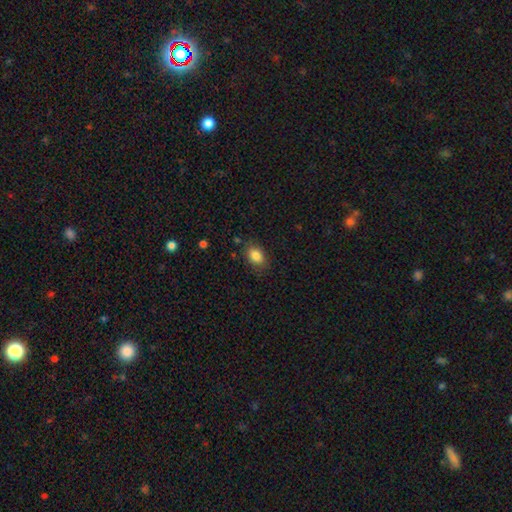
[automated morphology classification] Smooth or featured?
  - smooth: 85% *
  - star or artifact: 9%
  - featured or disk: 6%
How rounded?
  - in between: 80% *
  - round: 18%
  - cigar-shaped: 1%
Merging?
  - none: 80% *
  - minor disturbance: 15%
  - major disturbance: 4%
  - merger: 2%